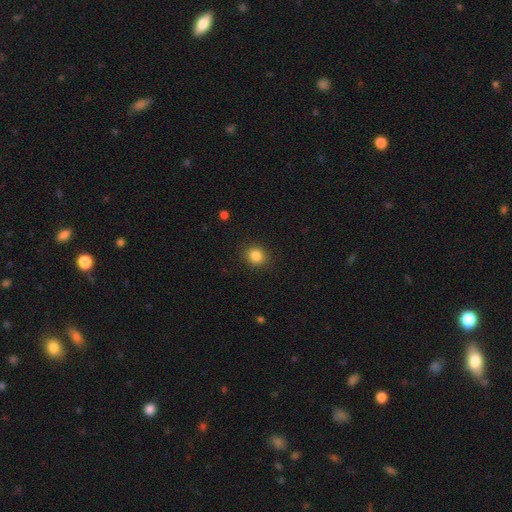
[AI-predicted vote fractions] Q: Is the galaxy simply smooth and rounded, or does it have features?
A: smooth — 85%.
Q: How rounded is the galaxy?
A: round — 72%.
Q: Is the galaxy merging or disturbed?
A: none — 89%.